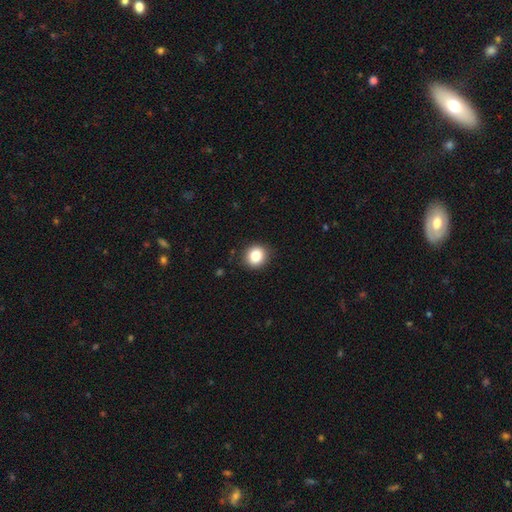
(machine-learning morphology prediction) A smooth galaxy with no disk features (84%) that is round (85%).

Vote fractions:
- Smooth or featured? smooth: 84% / star or artifact: 10% / featured or disk: 6%
- How rounded? round: 85% / in between: 14% / cigar-shaped: 1%
- Merging? none: 90% / minor disturbance: 7% / major disturbance: 2% / merger: 1%